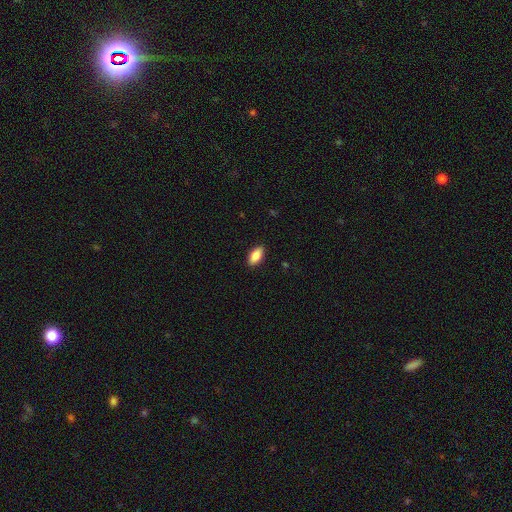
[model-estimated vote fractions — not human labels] This appears to be a smooth galaxy with no disk features (85%) that is in between round and cigar-shaped (90%). Merging: none (89%).